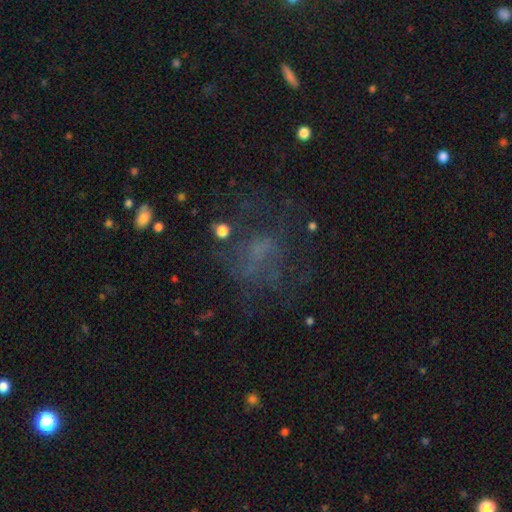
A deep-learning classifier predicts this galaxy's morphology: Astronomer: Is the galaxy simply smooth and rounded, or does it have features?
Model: featured or disk — 39% (runner-up: smooth, 32%).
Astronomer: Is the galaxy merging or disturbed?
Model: none — 53%.